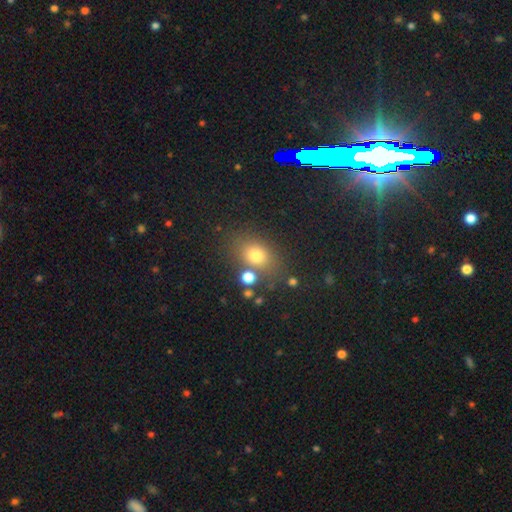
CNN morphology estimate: Smooth or featured: smooth — 74% (star or artifact — 16%)
How rounded: in between — 57% (round — 42%)
Merging: none — 72% (minor disturbance — 13%)